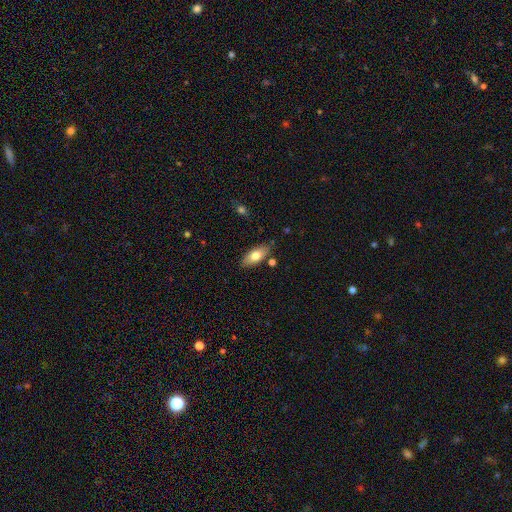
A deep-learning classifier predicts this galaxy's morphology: Smooth or featured? Predicted: smooth (p=0.73). How rounded? Predicted: in between (p=0.86). Merging? Predicted: none (p=0.83).